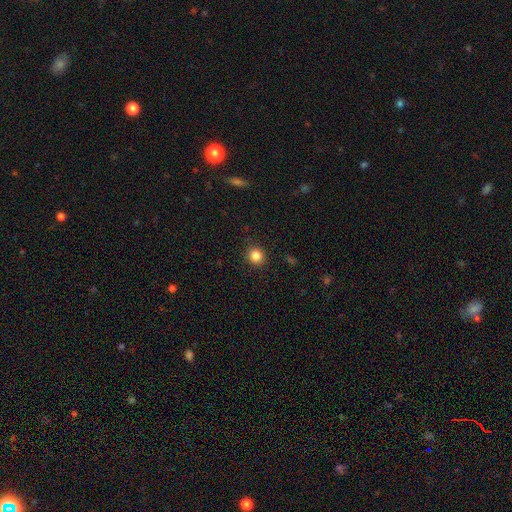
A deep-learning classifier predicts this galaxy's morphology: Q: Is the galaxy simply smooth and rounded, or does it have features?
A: smooth — 85%.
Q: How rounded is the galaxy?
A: round — 89%.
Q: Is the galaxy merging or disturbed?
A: none — 91%.